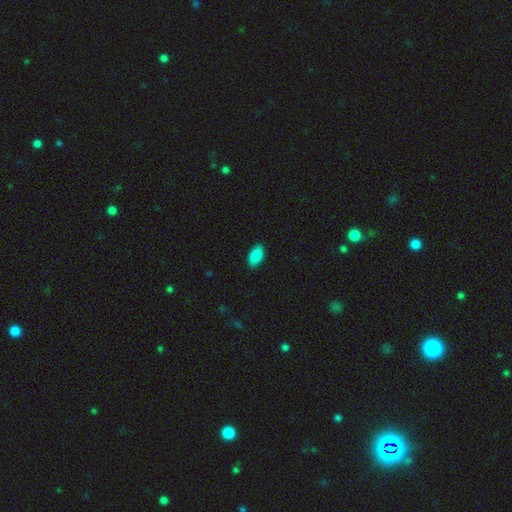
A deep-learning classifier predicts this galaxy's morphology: This is clearly a smooth galaxy (88%). How rounded: clearly in between (94%). Merging: clearly none (88%).